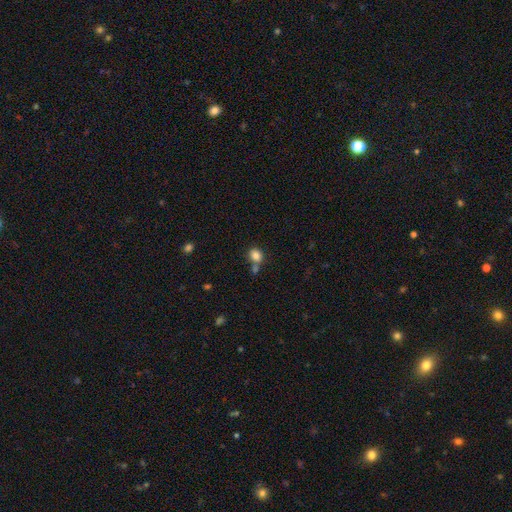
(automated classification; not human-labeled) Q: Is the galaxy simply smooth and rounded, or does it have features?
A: smooth — 83%.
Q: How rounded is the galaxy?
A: round — 63%.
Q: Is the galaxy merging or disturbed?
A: none — 58%.